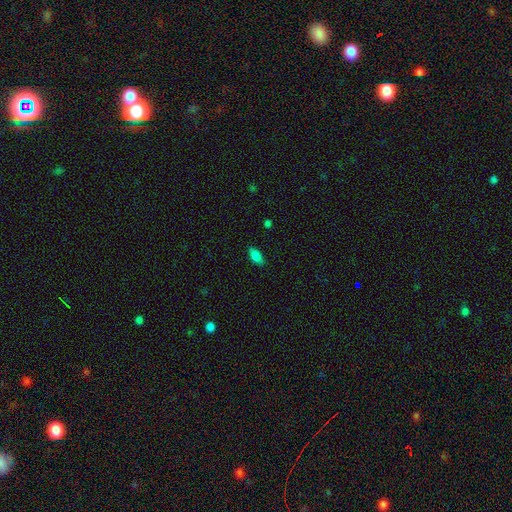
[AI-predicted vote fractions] Smooth or featured: smooth — 81% (featured or disk — 10%)
How rounded: in between — 84% (cigar-shaped — 13%)
Merging: none — 85% (minor disturbance — 11%)